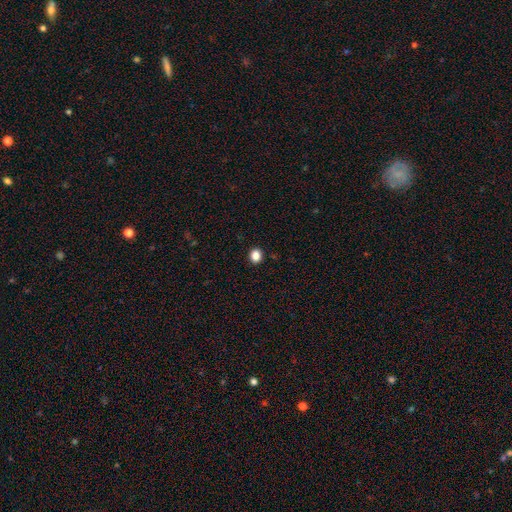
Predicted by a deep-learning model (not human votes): Smooth or featured: smooth — 86% (star or artifact — 11%)
How rounded: round — 71% (in between — 28%)
Merging: none — 92% (minor disturbance — 5%)